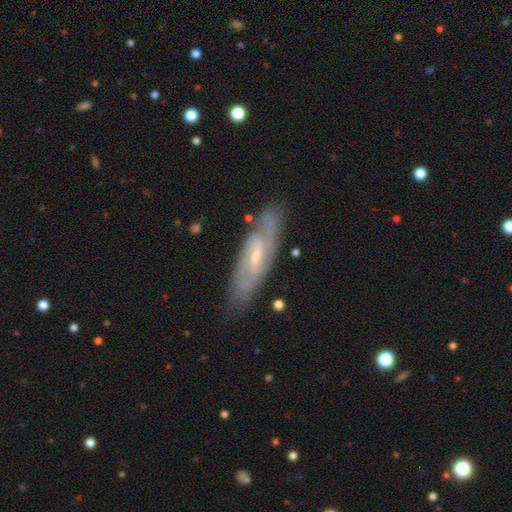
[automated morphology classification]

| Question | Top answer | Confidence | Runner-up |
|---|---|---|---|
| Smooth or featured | featured or disk | 79% | smooth (15%) |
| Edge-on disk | no | 79% | yes (21%) |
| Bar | weak | 51% | no (29%) |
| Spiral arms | yes | 90% | no (10%) |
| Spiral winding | medium | 43% | tight (42%) |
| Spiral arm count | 2 | 62% | can't tell (26%) |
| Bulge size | small | 65% | moderate (29%) |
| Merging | none | 79% | minor disturbance (16%) |